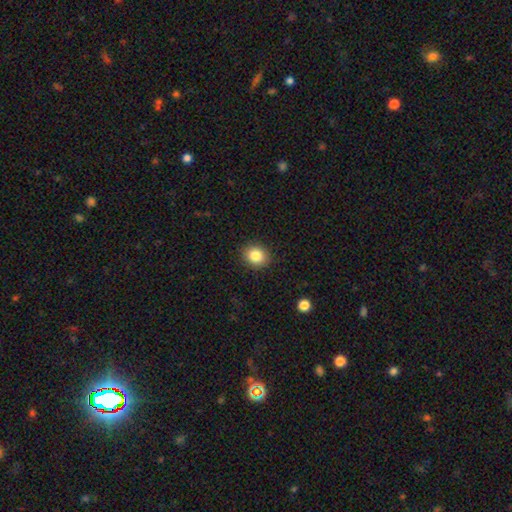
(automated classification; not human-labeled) A smooth galaxy with no disk features (84%) that is round (73%).

Vote fractions:
- Smooth or featured? smooth: 84% / star or artifact: 10% / featured or disk: 6%
- How rounded? round: 73% / in between: 26% / cigar-shaped: 1%
- Merging? none: 90% / minor disturbance: 7% / major disturbance: 2% / merger: 1%